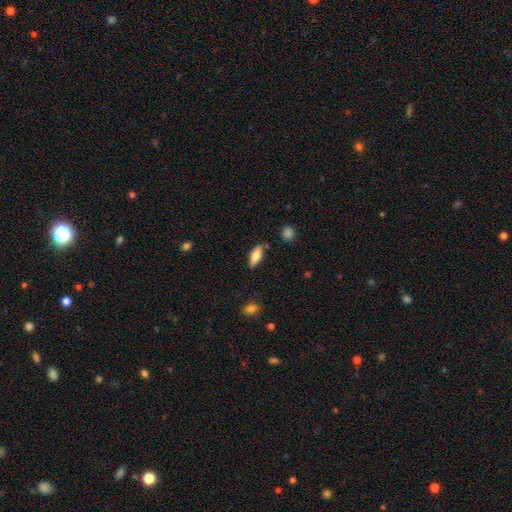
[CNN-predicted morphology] A smooth galaxy with no disk features (64%) that is in between round and cigar-shaped (66%). Merging: none (82%).